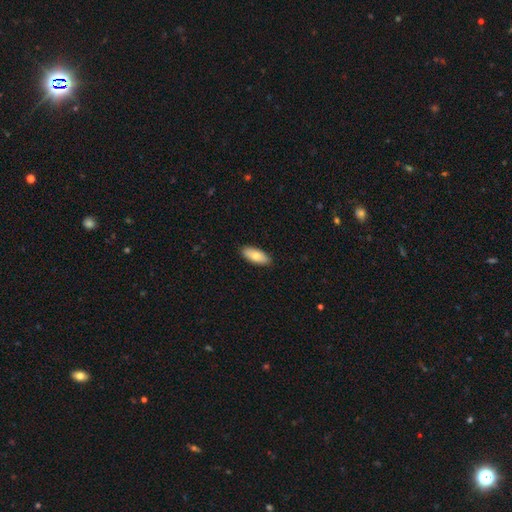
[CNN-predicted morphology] This is likely a smooth galaxy (77%). How rounded: clearly in between (83%). Merging: clearly none (89%).